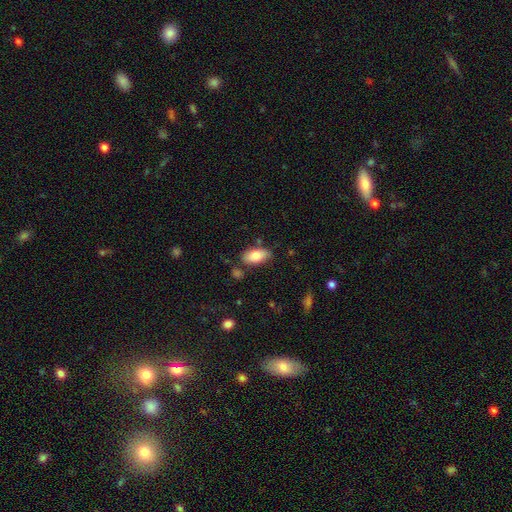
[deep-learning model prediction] This appears to be a smooth galaxy with no disk features (83%) that is in between round and cigar-shaped (92%). Merging: none (75%).